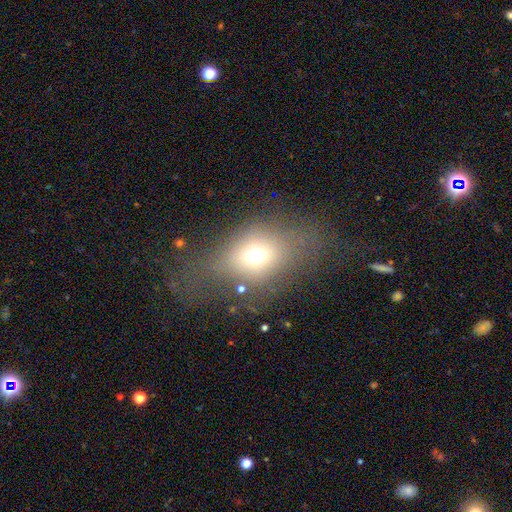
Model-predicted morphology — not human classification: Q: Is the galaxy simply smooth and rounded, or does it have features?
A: smooth — 62%.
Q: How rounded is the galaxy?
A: in between — 59%.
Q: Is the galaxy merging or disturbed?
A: none — 52%.